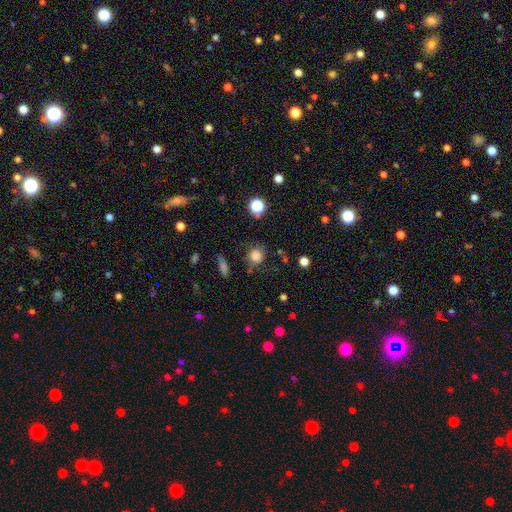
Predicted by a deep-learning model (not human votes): Smooth or featured? Predicted: smooth (p=0.78). How rounded? Predicted: round (p=0.84). Merging? Predicted: none (p=0.71).